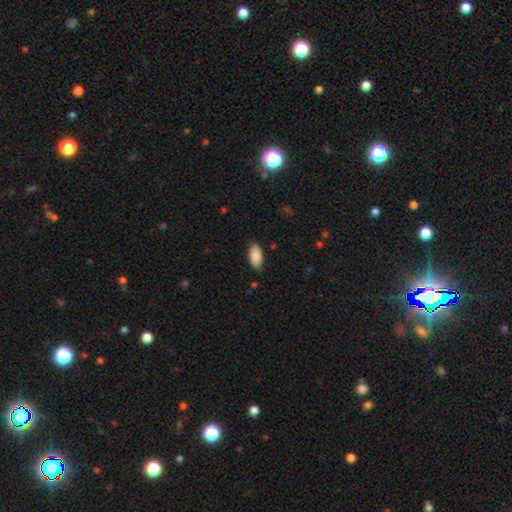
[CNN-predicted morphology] A smooth galaxy with no disk features (88%) that is in between round and cigar-shaped (93%). Merging: none (84%).